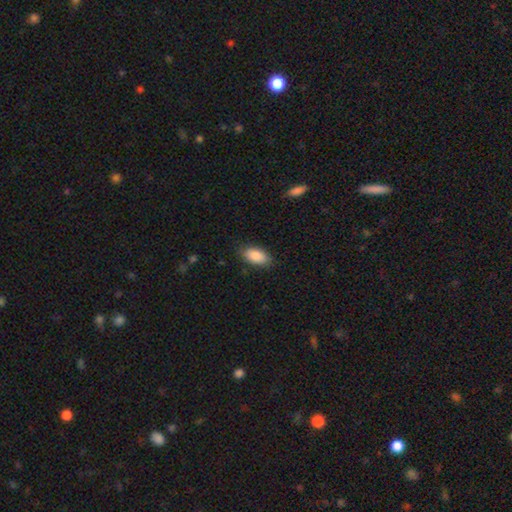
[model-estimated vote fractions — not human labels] A smooth galaxy with no disk features (89%) that is in between round and cigar-shaped (93%). Merging: none (85%).